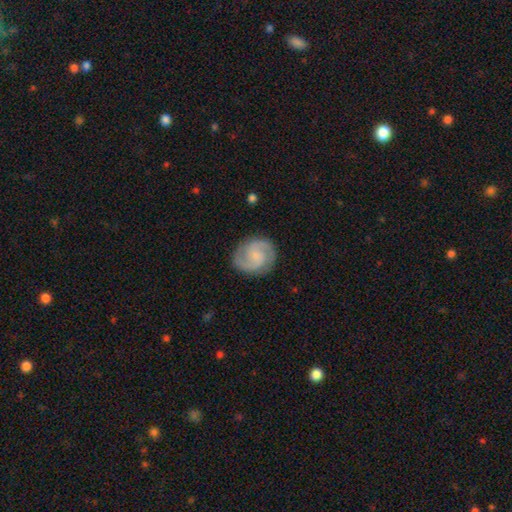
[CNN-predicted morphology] featured or disk 81%, smooth 13%, star or artifact 5%. Down the decision tree: edge-on disk — no (98%); bar — no (50%); spiral arms — yes (97%); spiral arm count — 2 (91%); spiral winding — medium (56%); bulge size — small (56%); merging — none (86%).